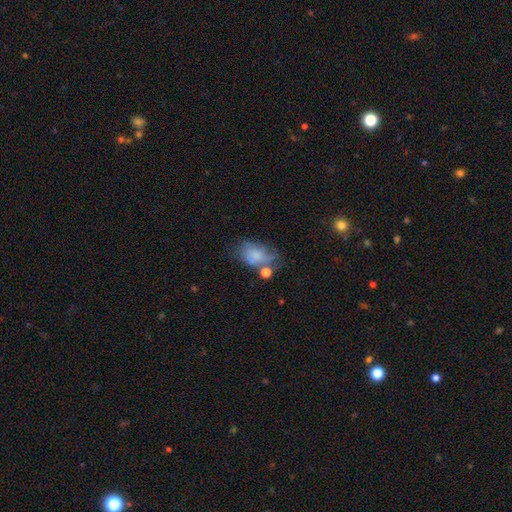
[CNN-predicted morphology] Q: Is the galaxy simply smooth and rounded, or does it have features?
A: smooth — 62%.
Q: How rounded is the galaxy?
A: in between — 85%.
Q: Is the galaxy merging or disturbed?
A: none — 37%.